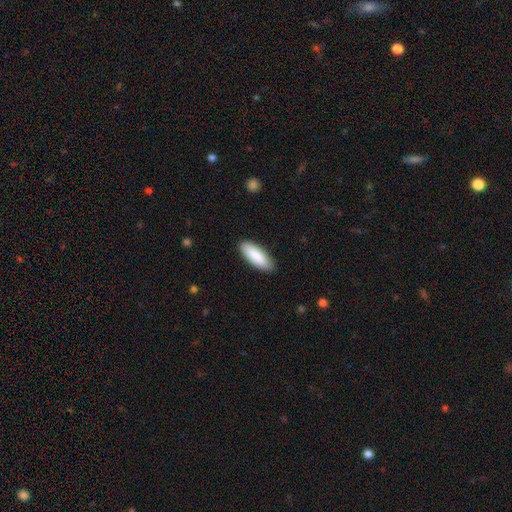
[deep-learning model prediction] This is clearly a smooth galaxy (87%). How rounded: likely in between (67%). Merging: clearly none (87%).